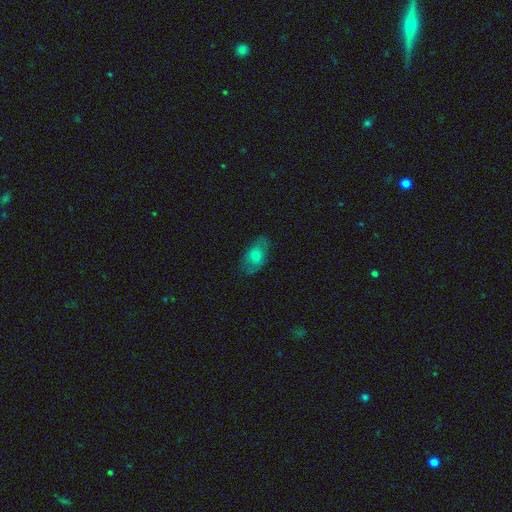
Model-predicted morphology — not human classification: Smooth or featured: smooth — 69% (featured or disk — 23%)
How rounded: in between — 89% (round — 8%)
Merging: none — 72% (minor disturbance — 20%)